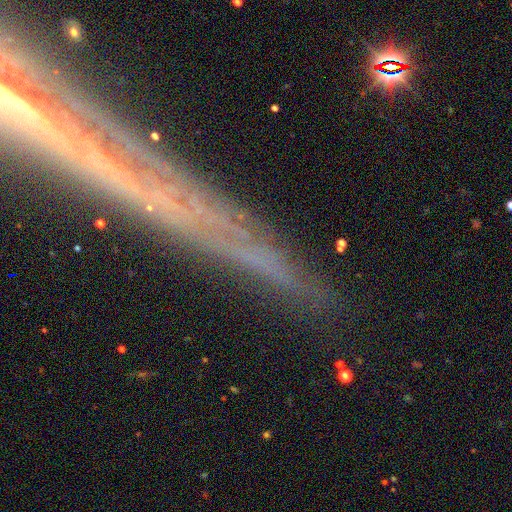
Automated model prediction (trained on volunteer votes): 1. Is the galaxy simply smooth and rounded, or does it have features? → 44% featured or disk, 34% star or artifact, 21% smooth.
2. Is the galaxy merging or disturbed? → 85% none, 9% minor disturbance, 3% major disturbance, 3% merger.